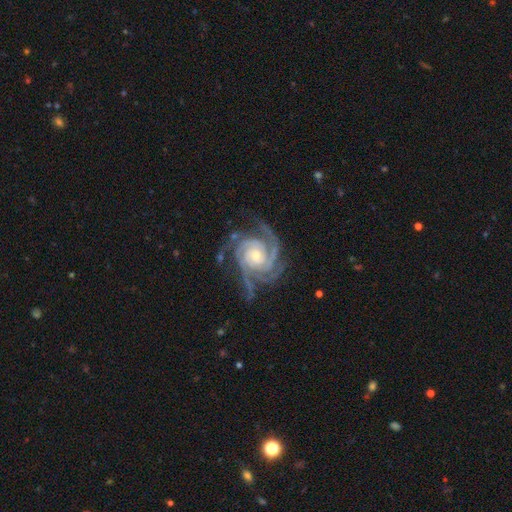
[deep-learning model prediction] A featured or disk galaxy (93%) with no bar (67%), 4 (35%, tied with 3) tight (69%) spiral arms (99%) and a small central bulge (47%). Merging: none (71%).